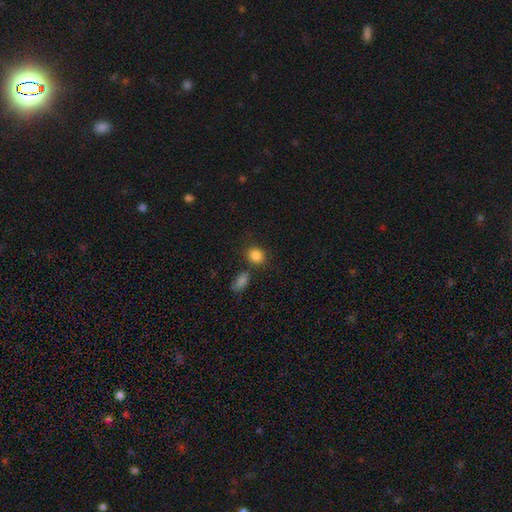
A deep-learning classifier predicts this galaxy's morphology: This appears to be a smooth galaxy with no disk features (86%) that is round (60%). Merging: none (72%).